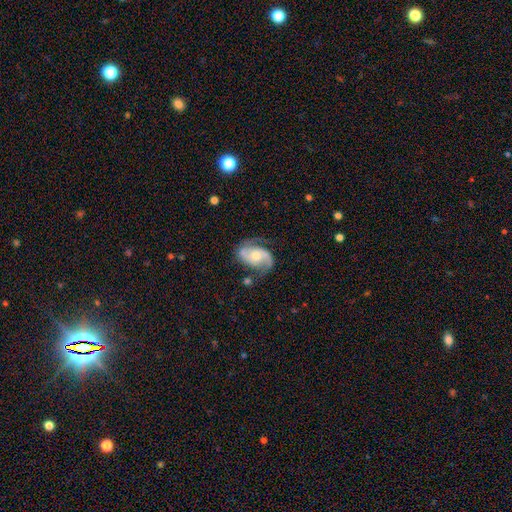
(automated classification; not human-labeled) This is clearly a featured or disk galaxy (87%). It is clearly not viewed edge-on (98%). Bar: likely no (63%). Spiral arm pattern: clearly yes (97%). Spiral arm count: clearly 2 (91%). Spiral winding: possibly medium (51%). Central bulge: possibly moderate (48%). Merging: likely none (69%).